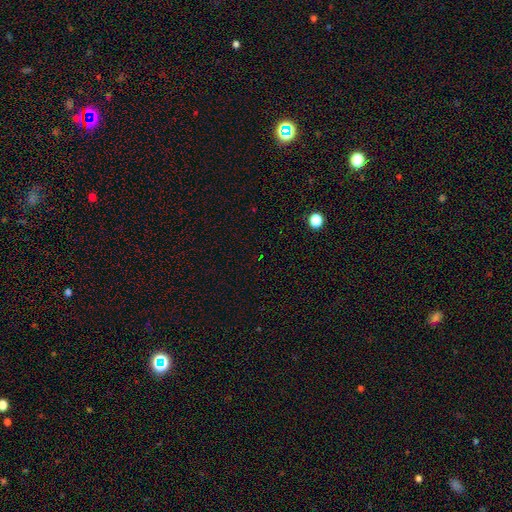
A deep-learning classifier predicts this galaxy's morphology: Smooth or featured? Predicted: star or artifact (p=0.68).